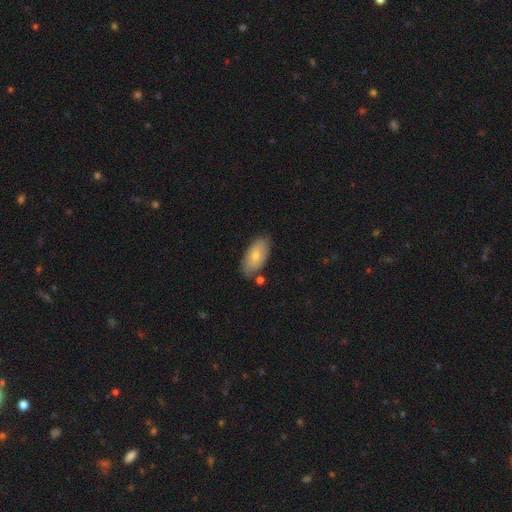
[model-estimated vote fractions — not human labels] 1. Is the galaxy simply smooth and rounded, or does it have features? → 69% smooth, 25% featured or disk, 6% star or artifact.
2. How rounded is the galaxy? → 93% in between, 4% cigar-shaped, 4% round.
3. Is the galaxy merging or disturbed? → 73% none, 18% minor disturbance, 5% merger, 4% major disturbance.